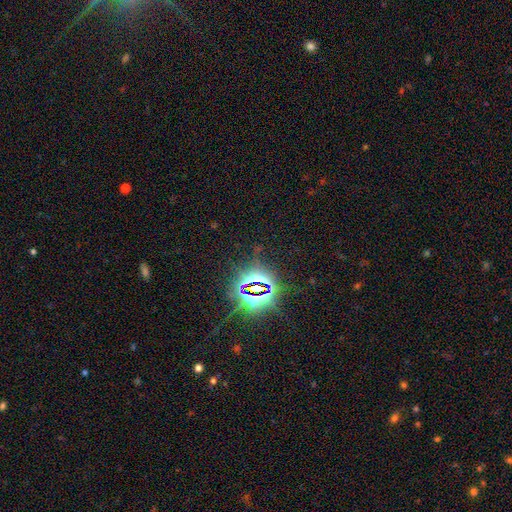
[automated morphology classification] This is clearly a star or artifact rather than a galaxy (84%).